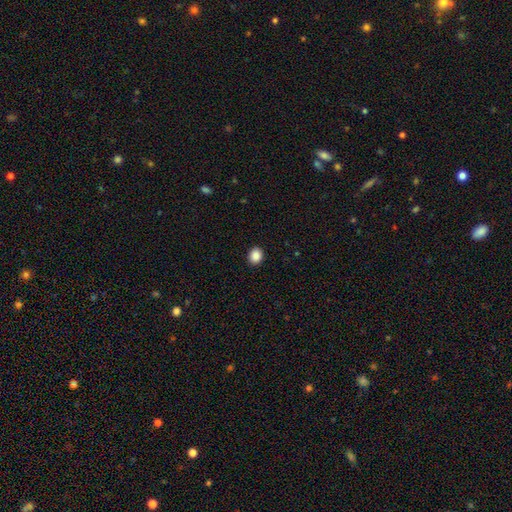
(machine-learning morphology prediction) type=smooth (88%); roundness=round (59%); merging=none (91%).